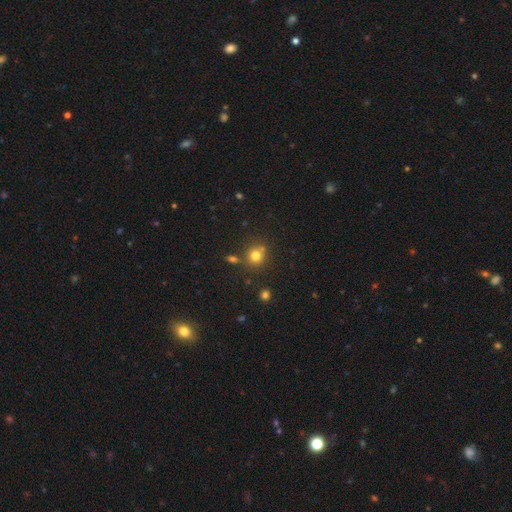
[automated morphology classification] Overall: smooth (75%). How rounded: round (87%). Merging: none (68%).